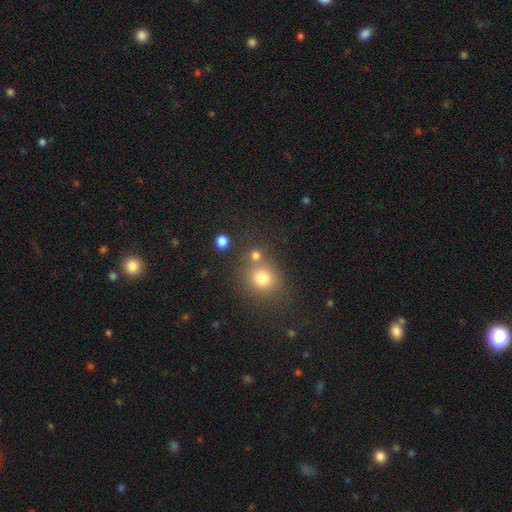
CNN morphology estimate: The model was most divided on "merging": none: 63%, merger: 24%, minor disturbance: 8%, major disturbance: 4%. More confident: how rounded — round (85%); smooth or featured — smooth (77%).